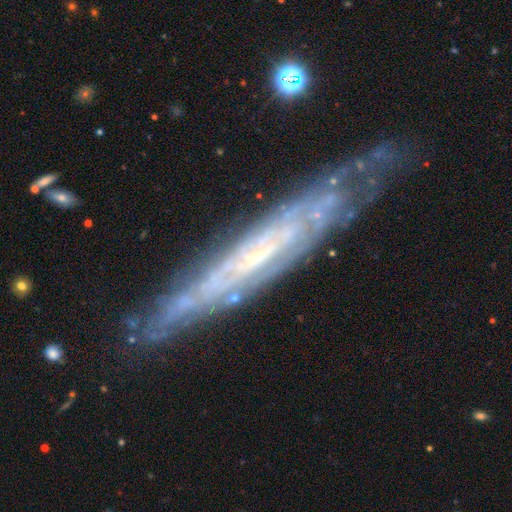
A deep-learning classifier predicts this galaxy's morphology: Q: Smooth or featured?
A: featured or disk (82%); runner-up: smooth (11%)
Q: Edge-on disk?
A: no (52%); runner-up: yes (48%)
Q: Merging?
A: none (73%); runner-up: minor disturbance (19%)